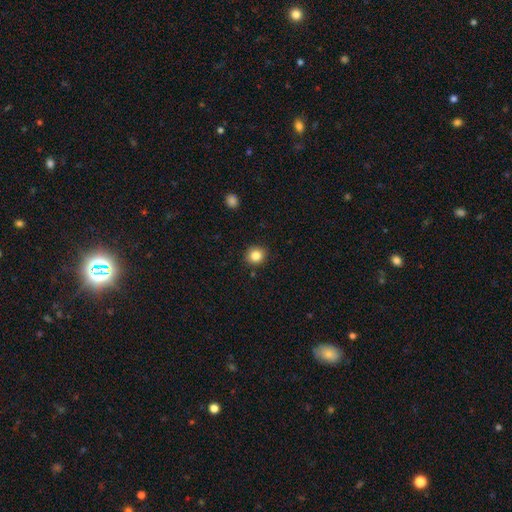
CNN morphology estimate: Q: Smooth or featured?
A: smooth (84%); runner-up: star or artifact (11%)
Q: How rounded?
A: round (87%); runner-up: in between (12%)
Q: Merging?
A: none (90%); runner-up: minor disturbance (7%)